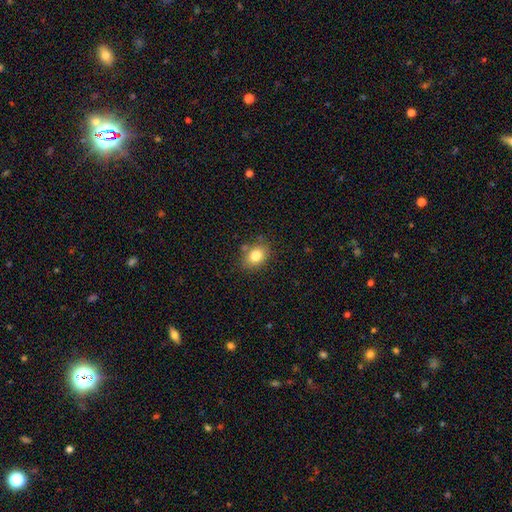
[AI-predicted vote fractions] Overall: smooth (81%). How rounded: in between (67%; round 32%). Merging: none (78%).